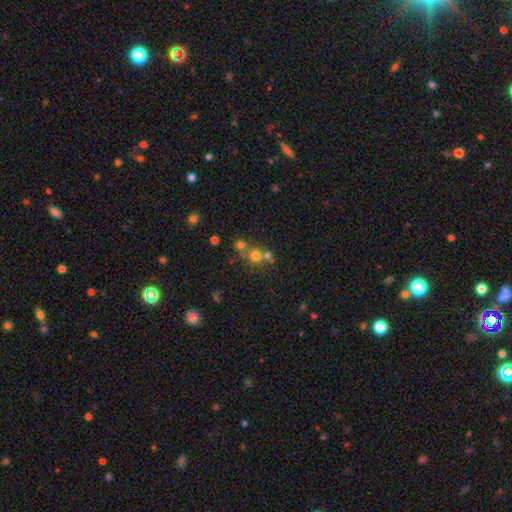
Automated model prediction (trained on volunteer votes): The model was most divided on "merging": none: 50%, merger: 39%, minor disturbance: 7%, major disturbance: 4%. More confident: how rounded — round (86%); smooth or featured — smooth (65%).